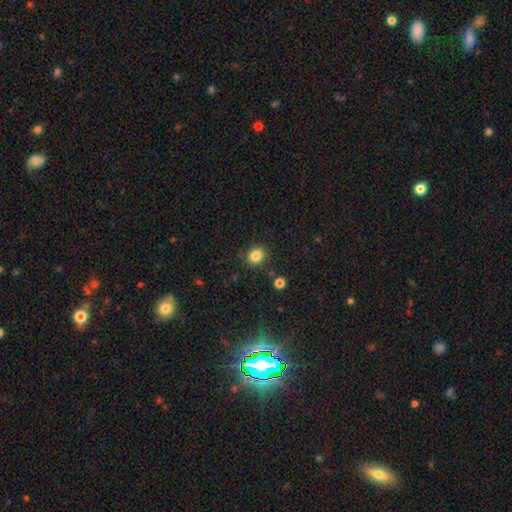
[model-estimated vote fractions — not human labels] This appears to be a smooth galaxy with no disk features (85%) that is round (74%). Merging: none (86%).